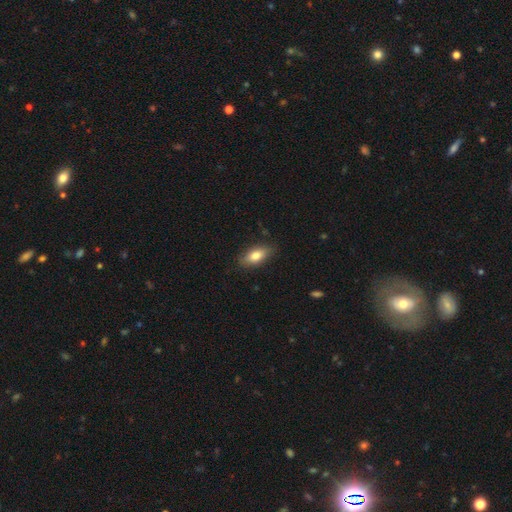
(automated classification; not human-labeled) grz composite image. It shows a smooth galaxy with no disk features (79%) that is in between round and cigar-shaped (85%). Merging: none (83%).